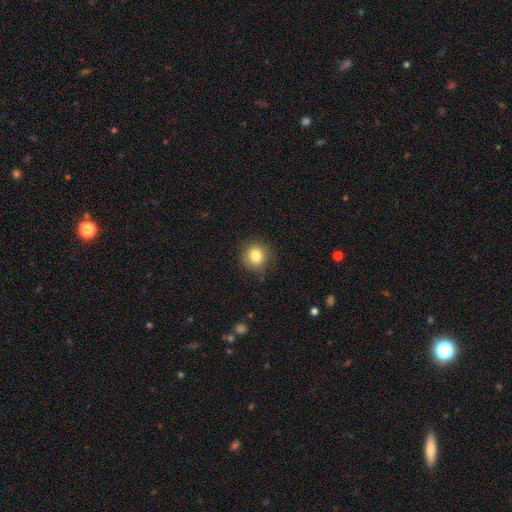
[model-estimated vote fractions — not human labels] Morphology: type=smooth (83%); roundness=round (87%); merging=none (86%).